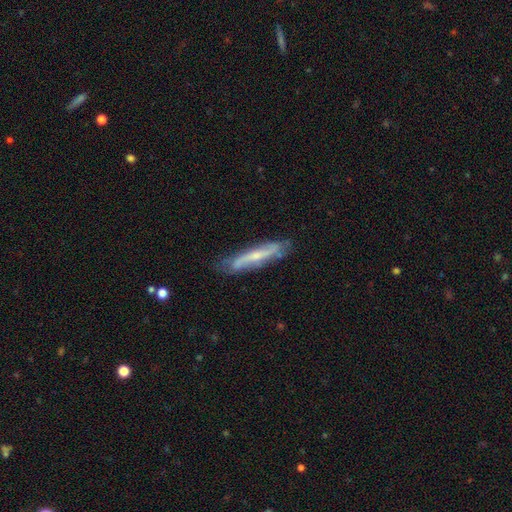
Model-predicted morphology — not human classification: type=featured or disk (64%); edge-on=yes (55%); merging=none (74%).